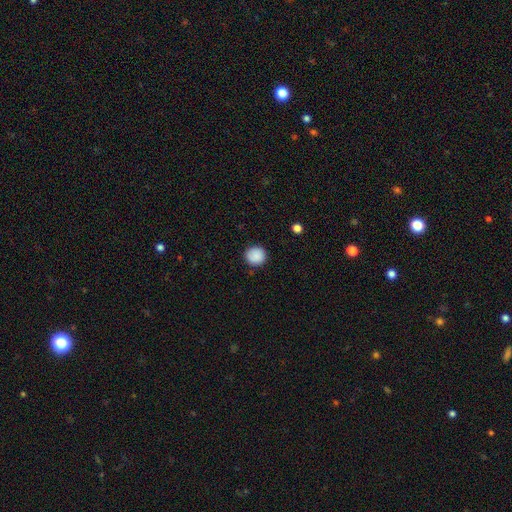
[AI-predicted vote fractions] smooth 89%, star or artifact 8%, featured or disk 3%. Down the decision tree: how rounded — round (92%); merging — none (89%).